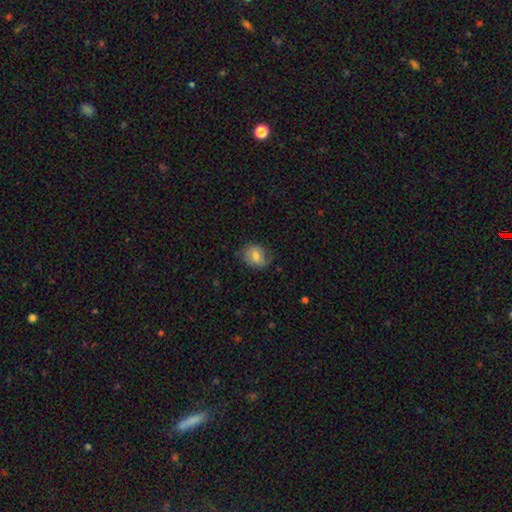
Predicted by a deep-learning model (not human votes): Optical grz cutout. It shows a smooth galaxy with no disk features (63%) that is in between round and cigar-shaped (51%). Merging: none (69%).